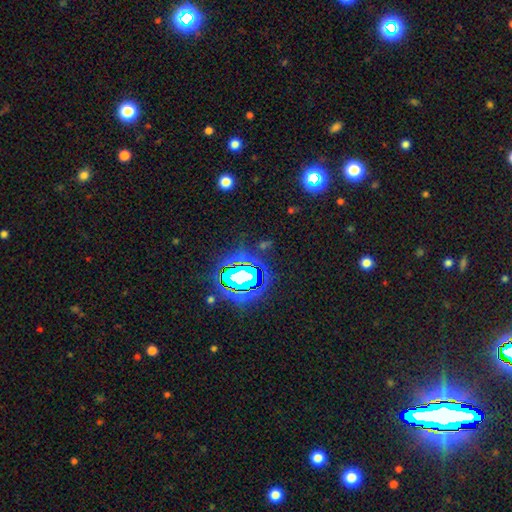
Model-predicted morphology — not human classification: Overall: star or artifact (82%).